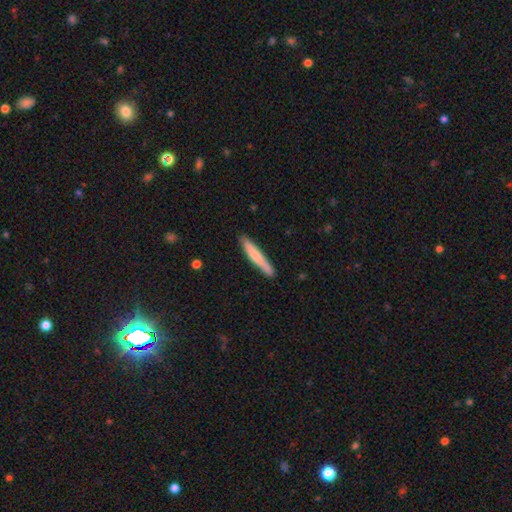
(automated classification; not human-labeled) A smooth galaxy with no disk features (69%) that is cigar-shaped (94%).

Vote fractions:
- Smooth or featured? smooth: 69% / featured or disk: 26% / star or artifact: 5%
- How rounded? cigar-shaped: 94% / in between: 5% / round: 1%
- Merging? none: 82% / minor disturbance: 13% / merger: 2% / major disturbance: 2%